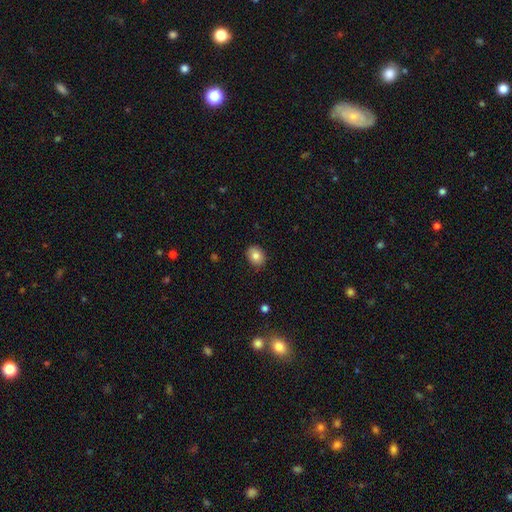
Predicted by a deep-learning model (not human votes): Smooth or featured? Predicted: smooth (p=0.83). How rounded? Predicted: in between (p=0.53). Merging? Predicted: none (p=0.87).